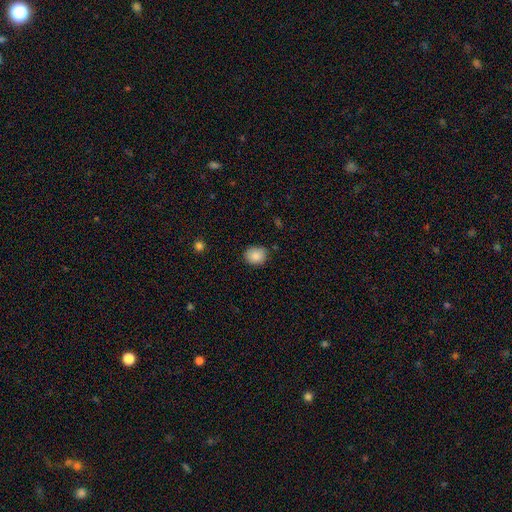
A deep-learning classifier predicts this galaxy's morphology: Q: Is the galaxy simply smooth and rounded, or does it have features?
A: smooth — 86%.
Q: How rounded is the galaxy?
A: round — 61%.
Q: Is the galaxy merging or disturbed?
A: none — 82%.